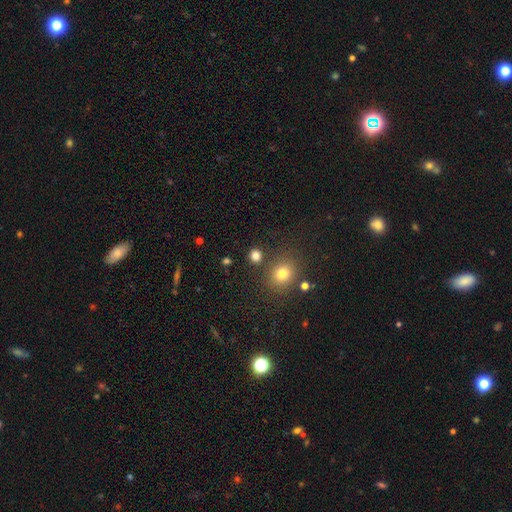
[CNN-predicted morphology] Overall: smooth (79%). How rounded: round (82%). Merging: none (81%).